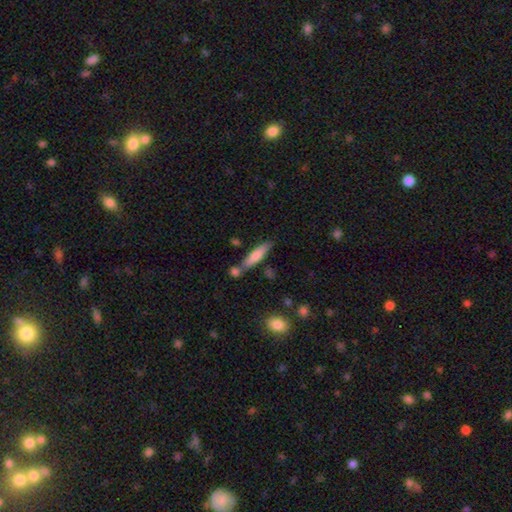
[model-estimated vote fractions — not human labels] smooth 67%, featured or disk 27%, star or artifact 6%. Down the decision tree: how rounded — cigar-shaped (80%); merging — none (68%).